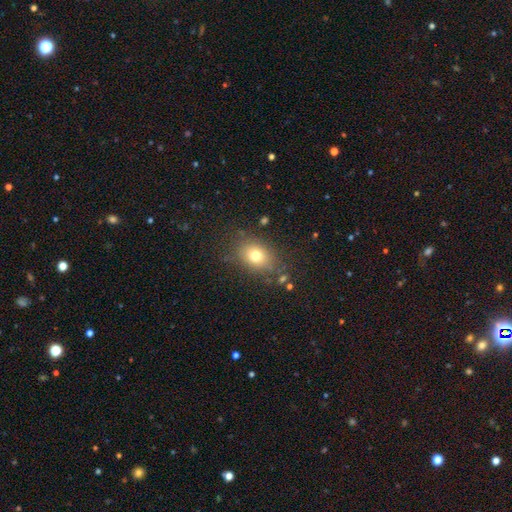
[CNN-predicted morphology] This appears to be a smooth galaxy with no disk features (75%) that is in between round and cigar-shaped (61%). Merging: none (80%).